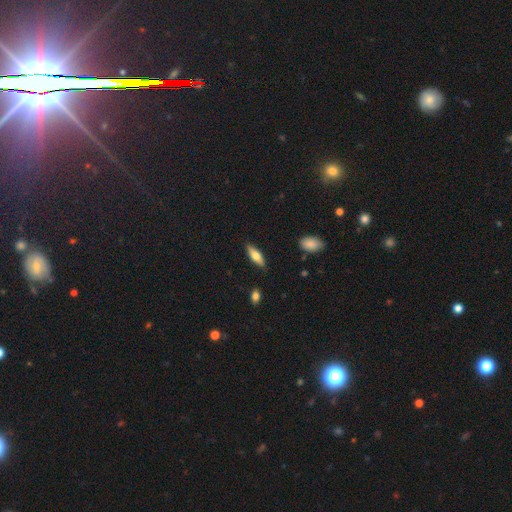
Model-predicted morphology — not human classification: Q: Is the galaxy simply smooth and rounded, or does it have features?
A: smooth — 68%.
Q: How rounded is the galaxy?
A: in between — 58%.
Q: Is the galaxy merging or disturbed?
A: none — 86%.